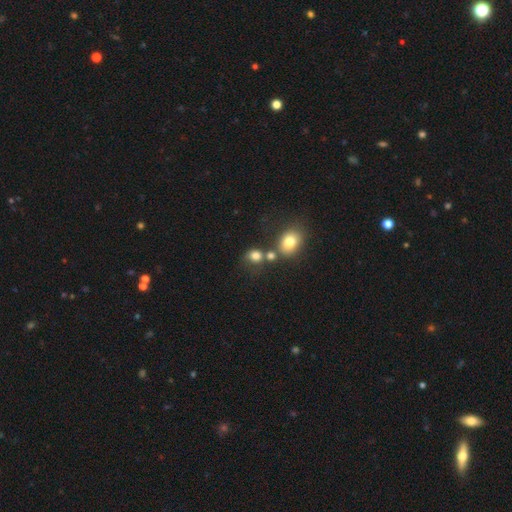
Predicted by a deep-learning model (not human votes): The model was most divided on "merging": none: 53%, merger: 26%, minor disturbance: 13%, major disturbance: 7%. More confident: smooth or featured — smooth (79%); how rounded — round (63%).